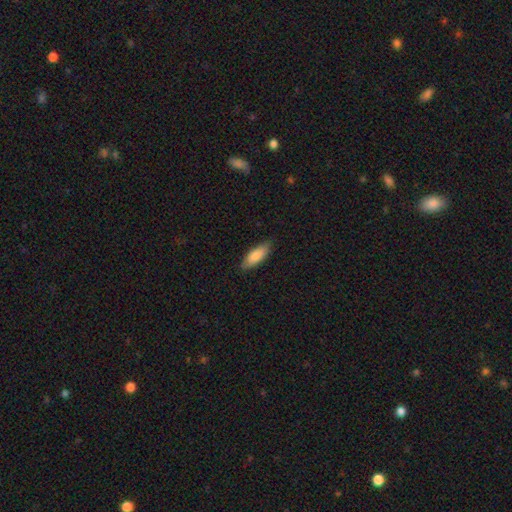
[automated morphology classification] A smooth galaxy with no disk features (84%) that is in between round and cigar-shaped (66%). Merging: none (83%).